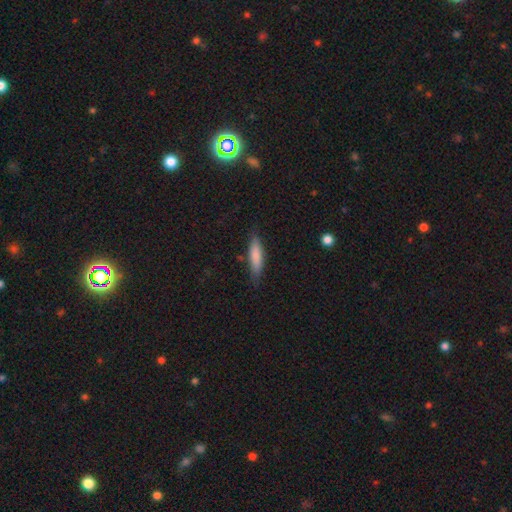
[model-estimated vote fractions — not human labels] Smooth or featured: smooth — 79% (featured or disk — 15%)
How rounded: cigar-shaped — 72% (in between — 26%)
Merging: none — 79% (minor disturbance — 16%)